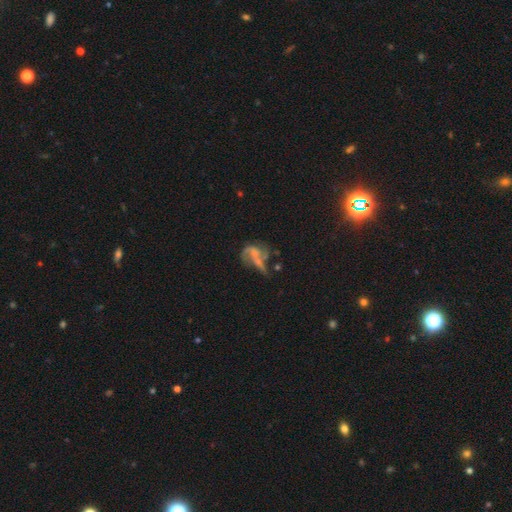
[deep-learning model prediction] Smooth or featured? Predicted: featured or disk (p=0.65). Edge-on disk? Predicted: no (p=0.97). Bar? Predicted: no (p=0.61). Spiral arms? Predicted: yes (p=0.69). Bulge size? Predicted: none (p=0.42). Merging? Predicted: major disturbance (p=0.34).